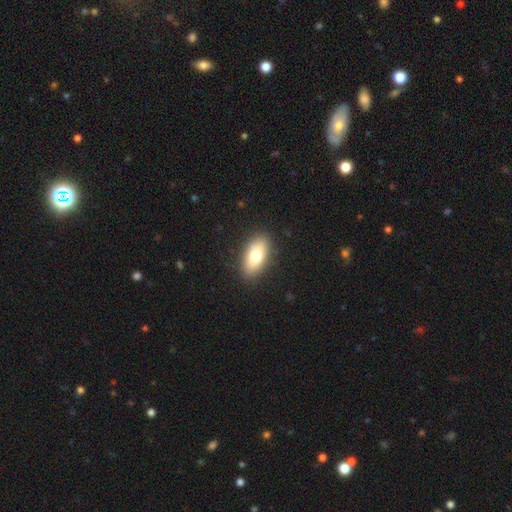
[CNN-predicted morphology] Overall: smooth (75%). How rounded: in between (89%). Merging: none (87%).